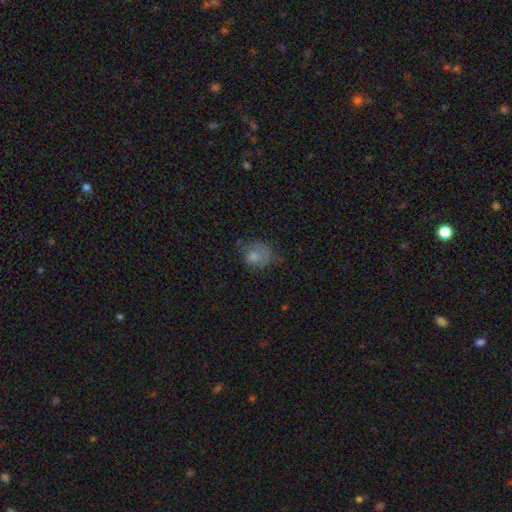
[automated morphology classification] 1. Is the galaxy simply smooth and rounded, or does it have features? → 69% smooth, 21% featured or disk, 10% star or artifact.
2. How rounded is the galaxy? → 61% round, 38% in between, 1% cigar-shaped.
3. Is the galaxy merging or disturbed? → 41% none, 30% minor disturbance, 25% major disturbance, 4% merger.